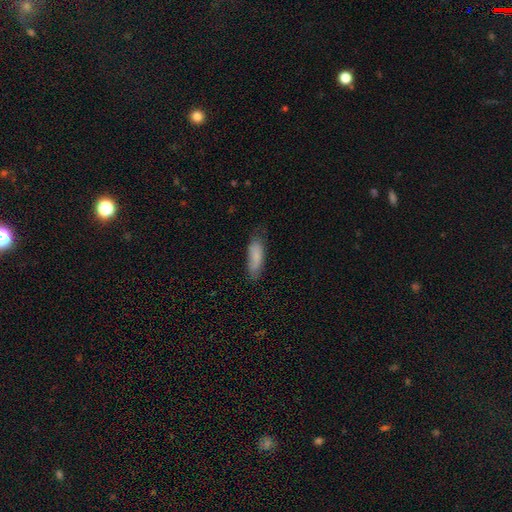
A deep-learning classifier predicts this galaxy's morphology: Smooth or featured? smooth (82%)
How rounded? in between (59%)
Merging? none (68%)